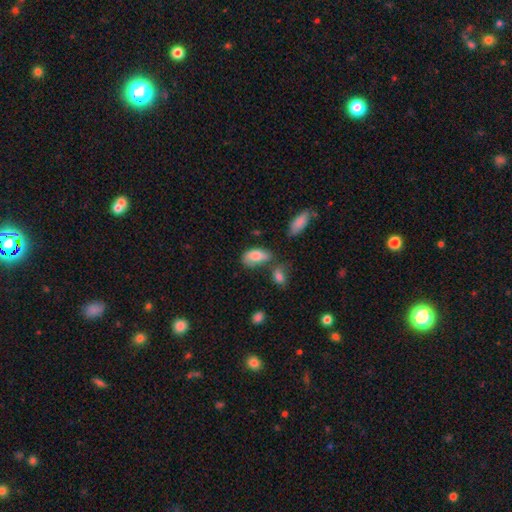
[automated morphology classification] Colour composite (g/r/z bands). It shows a smooth galaxy with no disk features (77%) that is in between round and cigar-shaped (93%). Merging: none (40%).